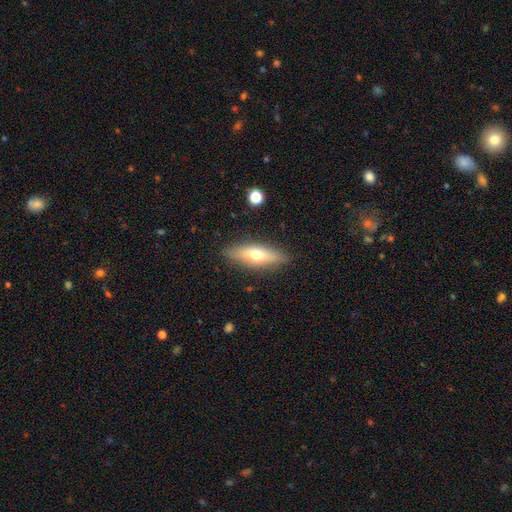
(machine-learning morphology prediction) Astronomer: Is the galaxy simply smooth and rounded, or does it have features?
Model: smooth — 57% (runner-up: featured or disk, 36%).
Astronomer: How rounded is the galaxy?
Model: cigar-shaped — 51% (runner-up: in between, 46%).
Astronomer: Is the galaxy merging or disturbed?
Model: none — 87%.